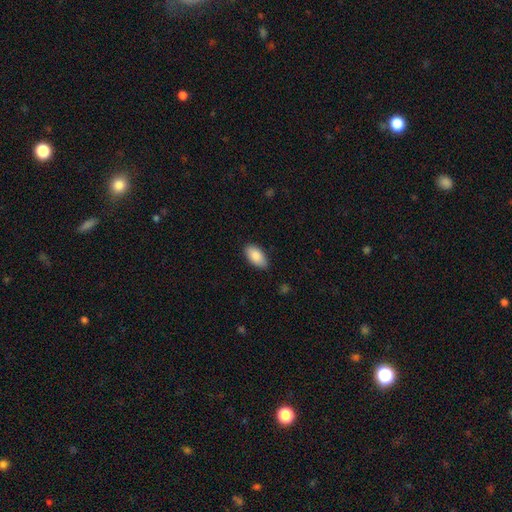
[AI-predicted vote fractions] smooth_or_featured: smooth (p=0.88) [alt: star or artifact p=0.06]
how_rounded: in between (p=0.94) [alt: cigar-shaped p=0.03]
merging: none (p=0.85) [alt: minor disturbance p=0.12]